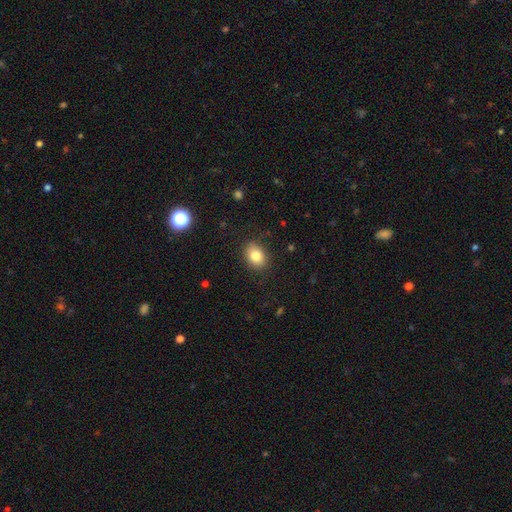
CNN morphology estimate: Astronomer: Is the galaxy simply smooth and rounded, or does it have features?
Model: smooth — 82%.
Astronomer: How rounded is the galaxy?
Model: in between — 68%.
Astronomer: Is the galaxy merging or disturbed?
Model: none — 86%.